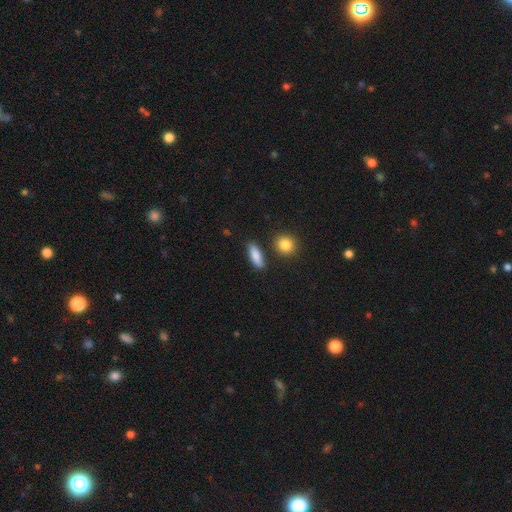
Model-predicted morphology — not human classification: A smooth galaxy with no disk features (86%) that is in between round and cigar-shaped (65%). Merging: none (82%).